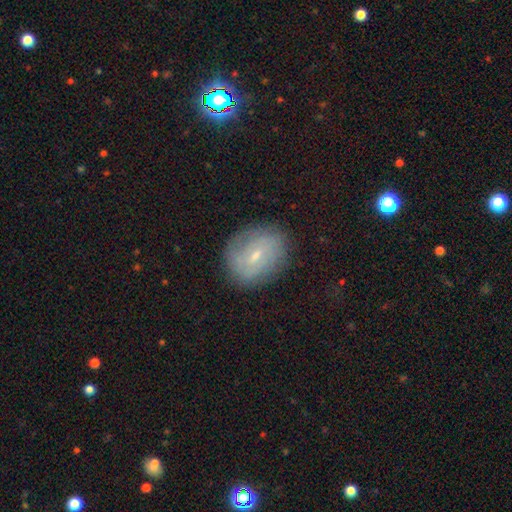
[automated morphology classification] Smooth or featured? Predicted: featured or disk (p=0.54). Edge-on disk? Predicted: no (p=0.95). Bar? Predicted: weak (p=0.53). Spiral arms? Predicted: yes (p=0.72). Bulge size? Predicted: small (p=0.66). Merging? Predicted: none (p=0.80).